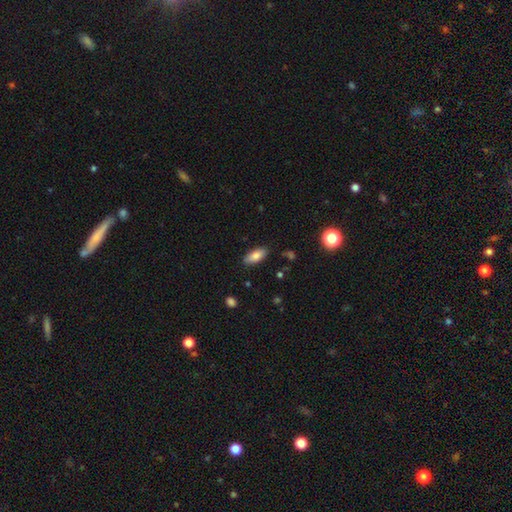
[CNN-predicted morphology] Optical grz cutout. It shows a smooth galaxy with no disk features (81%) that is in between round and cigar-shaped (84%). Merging: none (86%).